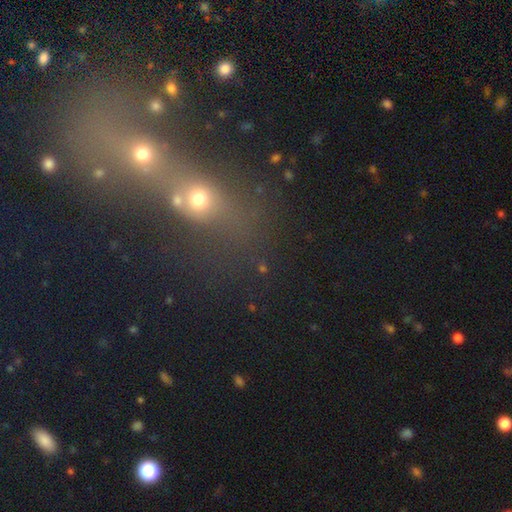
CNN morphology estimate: type=star or artifact (46%).